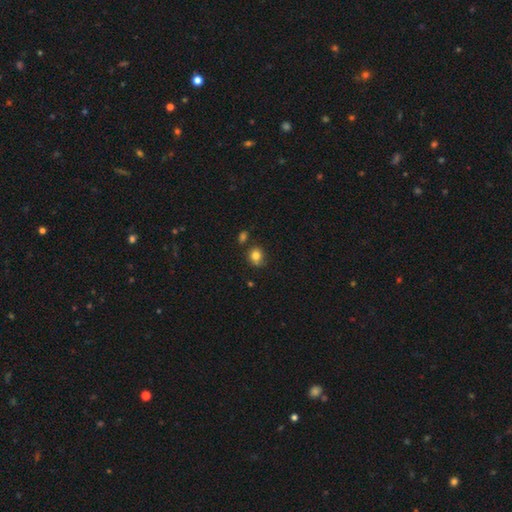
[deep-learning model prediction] This is clearly a smooth galaxy (82%). How rounded: likely round (72%). Merging: likely none (68%).